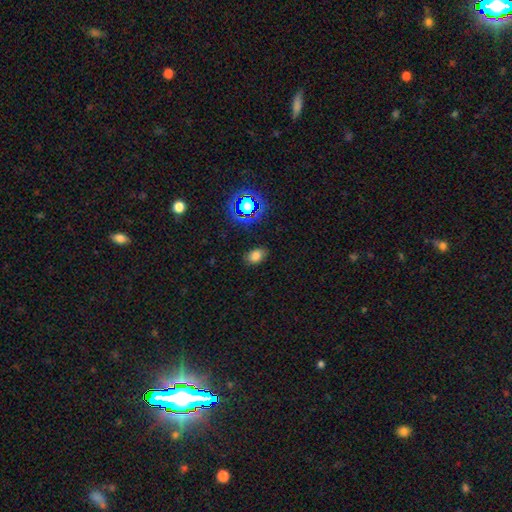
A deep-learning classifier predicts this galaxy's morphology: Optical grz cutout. It shows a smooth galaxy with no disk features (76%) that is in between round and cigar-shaped (79%). Merging: none (81%).